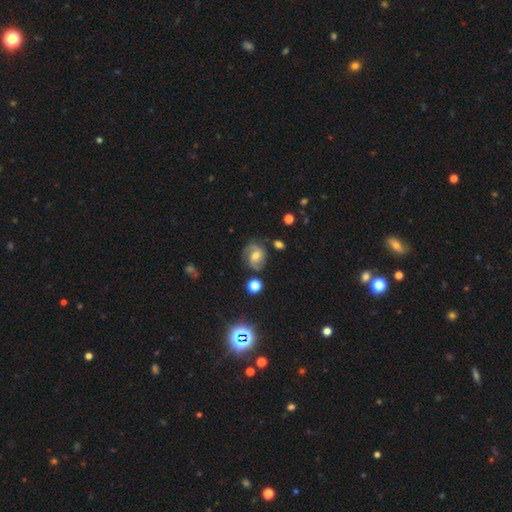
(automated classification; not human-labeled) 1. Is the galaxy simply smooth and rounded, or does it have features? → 69% featured or disk, 21% smooth, 10% star or artifact.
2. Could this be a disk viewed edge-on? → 97% no, 3% yes.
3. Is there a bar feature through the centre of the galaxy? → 45% no, 44% weak, 12% strong.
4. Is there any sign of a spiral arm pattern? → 92% yes, 8% no.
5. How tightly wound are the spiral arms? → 47% medium, 32% tight, 21% loose.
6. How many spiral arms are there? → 75% 2, 10% can't tell, 7% 1, 5% 3, 1% 4, 1% more than 4.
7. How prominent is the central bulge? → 58% moderate, 34% small, 4% large, 3% none, 1% dominant.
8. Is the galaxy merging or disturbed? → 68% none, 20% minor disturbance, 8% major disturbance, 4% merger.